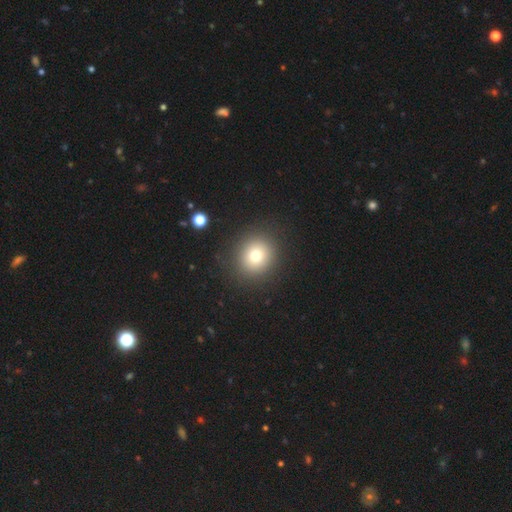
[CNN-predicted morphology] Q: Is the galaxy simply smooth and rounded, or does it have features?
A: smooth — 75%.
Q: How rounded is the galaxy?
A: round — 86%.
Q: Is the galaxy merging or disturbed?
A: none — 88%.